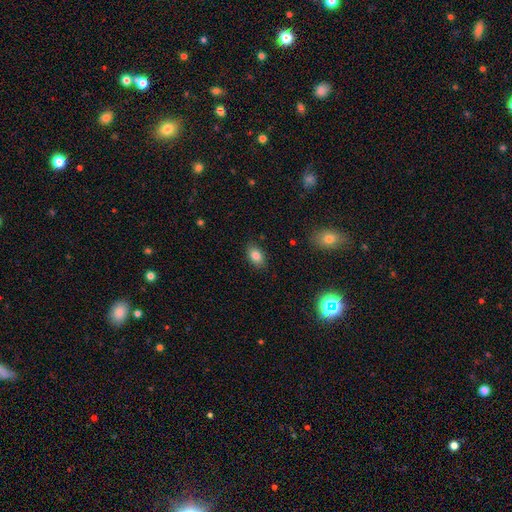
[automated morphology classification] The model was most divided on "how rounded": in between: 86%, round: 13%, cigar-shaped: 1%. More confident: merging — none (87%); smooth or featured — smooth (82%).